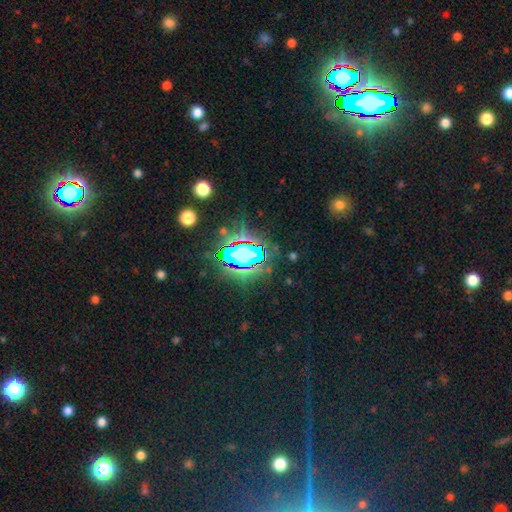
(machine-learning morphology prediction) star or artifact 80%, smooth 12%, featured or disk 8%.